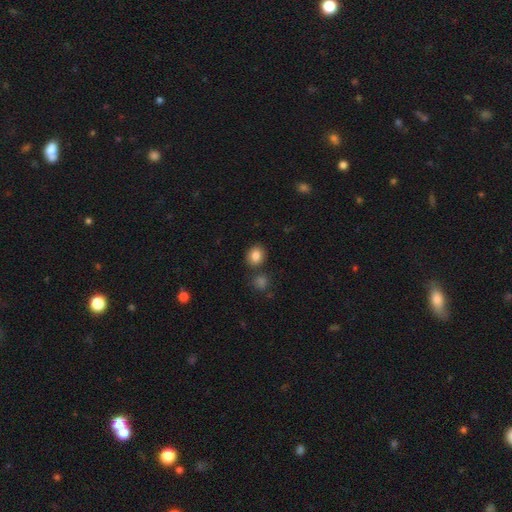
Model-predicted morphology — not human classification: This is clearly a smooth galaxy (84%). How rounded: likely round (65%). Merging: likely none (80%).